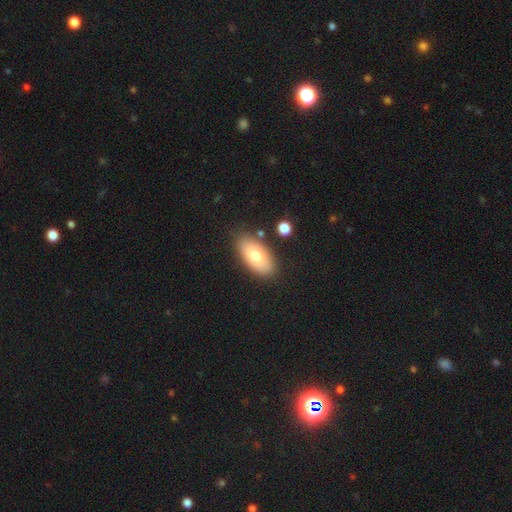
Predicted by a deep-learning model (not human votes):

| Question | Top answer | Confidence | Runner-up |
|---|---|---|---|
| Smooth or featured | smooth | 73% | featured or disk (20%) |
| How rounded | in between | 92% | cigar-shaped (5%) |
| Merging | none | 82% | minor disturbance (11%) |